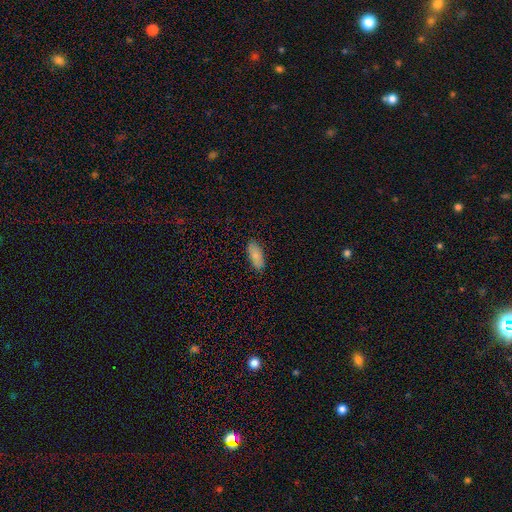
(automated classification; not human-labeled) Smooth or featured? Predicted: smooth (p=0.85). How rounded? Predicted: in between (p=0.82). Merging? Predicted: none (p=0.86).